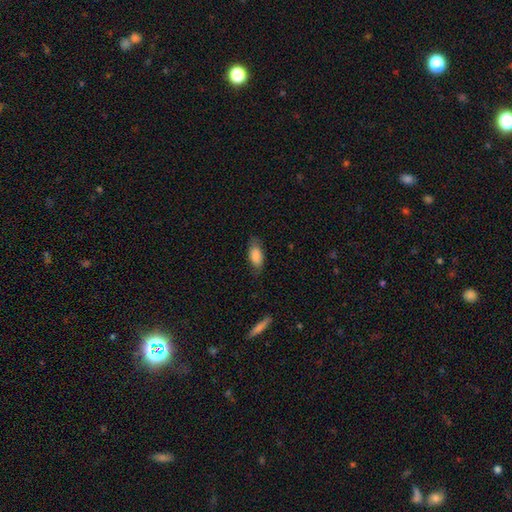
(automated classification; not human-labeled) This appears to be a smooth galaxy with no disk features (82%) that is in between round and cigar-shaped (88%). Merging: none (70%).